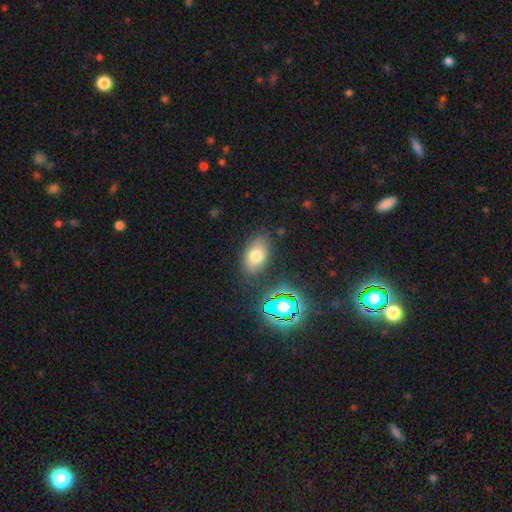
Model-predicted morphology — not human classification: smooth_or_featured: smooth (p=0.72) [alt: star or artifact p=0.14]
how_rounded: in between (p=0.88) [alt: round p=0.09]
merging: none (p=0.81) [alt: minor disturbance p=0.12]